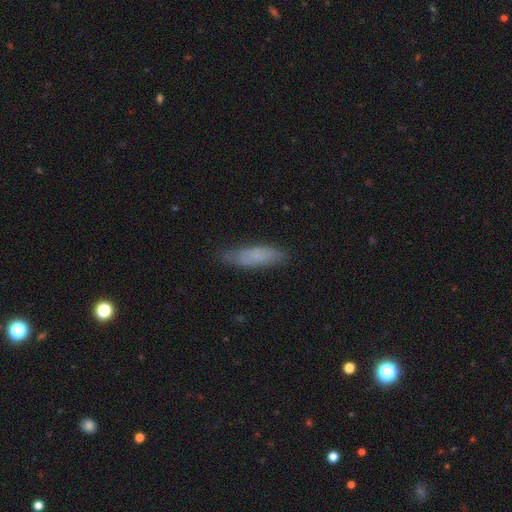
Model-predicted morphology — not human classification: Smooth or featured?
  - smooth: 75% *
  - featured or disk: 17%
  - star or artifact: 8%
How rounded?
  - cigar-shaped: 59% *
  - in between: 39%
  - round: 2%
Merging?
  - none: 72% *
  - minor disturbance: 22%
  - major disturbance: 5%
  - merger: 2%